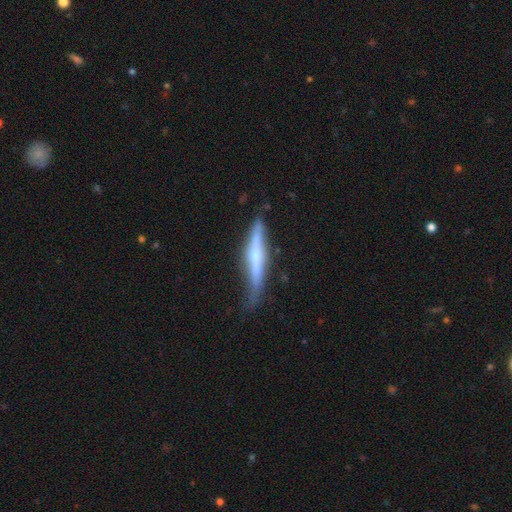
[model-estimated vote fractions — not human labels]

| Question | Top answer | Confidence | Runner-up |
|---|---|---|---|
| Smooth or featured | featured or disk | 69% | smooth (25%) |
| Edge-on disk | yes | 91% | no (9%) |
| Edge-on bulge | rounded | 80% | none (14%) |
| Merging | none | 67% | minor disturbance (25%) |